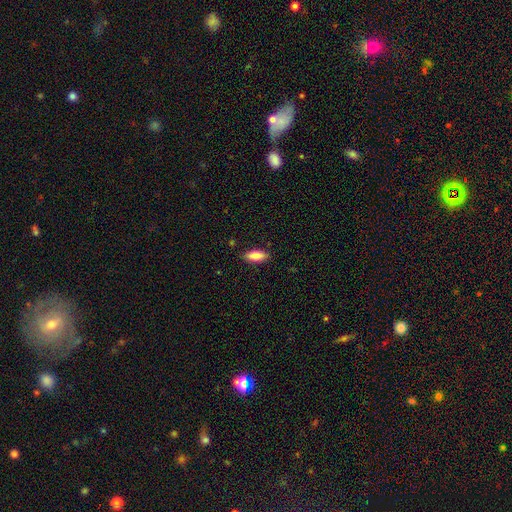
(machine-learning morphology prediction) This appears to be a smooth galaxy with no disk features (78%) that is in between round and cigar-shaped (77%). Merging: none (87%).